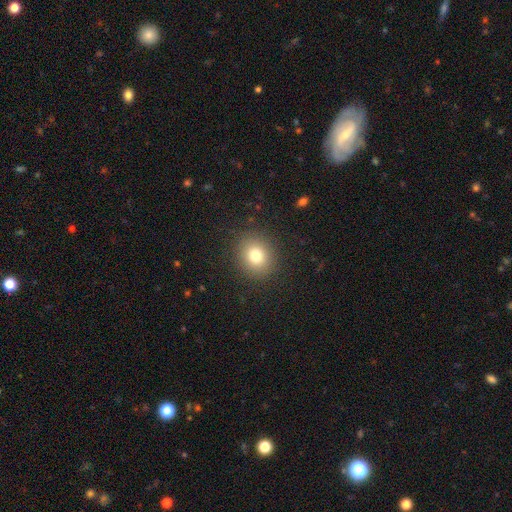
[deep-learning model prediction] This is likely a smooth galaxy (78%). How rounded: likely round (77%). Merging: clearly none (89%).